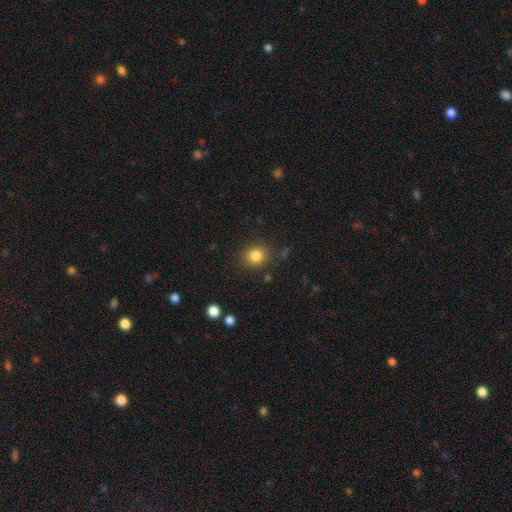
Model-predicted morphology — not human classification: Q: Smooth or featured?
A: smooth (84%); runner-up: star or artifact (11%)
Q: How rounded?
A: round (82%); runner-up: in between (17%)
Q: Merging?
A: none (86%); runner-up: minor disturbance (9%)